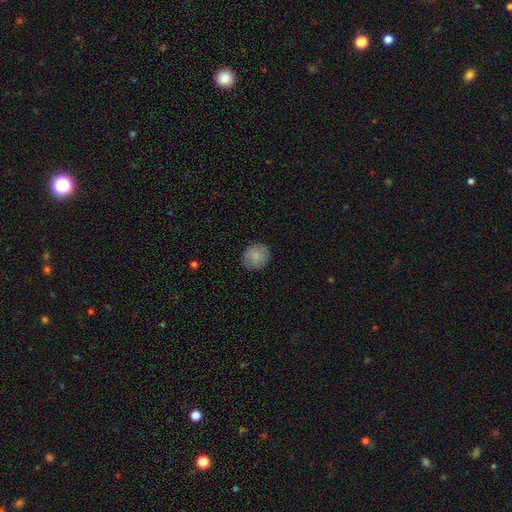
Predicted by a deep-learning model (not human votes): Smooth or featured? smooth (83%)
How rounded? round (85%)
Merging? none (85%)